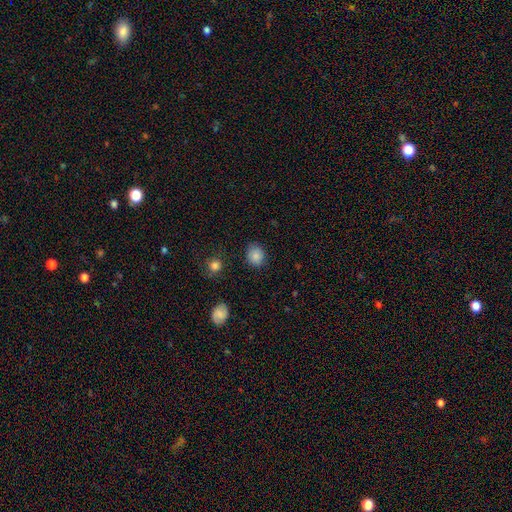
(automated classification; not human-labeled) Smooth or featured?
  - smooth: 85% *
  - star or artifact: 10%
  - featured or disk: 5%
How rounded?
  - round: 70% *
  - in between: 29%
  - cigar-shaped: 1%
Merging?
  - none: 82% *
  - minor disturbance: 13%
  - major disturbance: 3%
  - merger: 2%